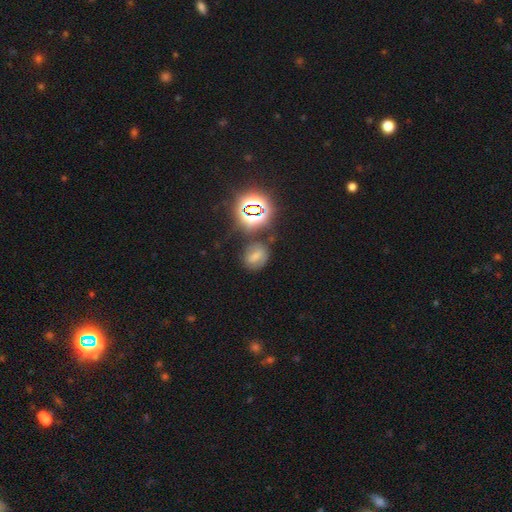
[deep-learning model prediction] smooth 49%, star or artifact 28%, featured or disk 23%. Down the decision tree: merging — none (68%).